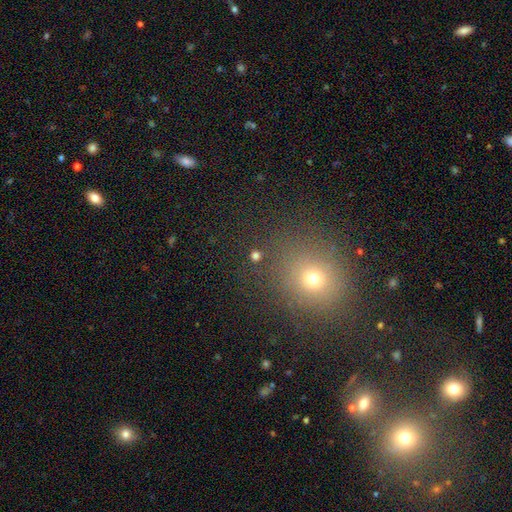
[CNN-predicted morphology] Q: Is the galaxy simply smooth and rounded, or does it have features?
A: smooth — 70%.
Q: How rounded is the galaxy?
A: round — 88%.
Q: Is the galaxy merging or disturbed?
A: none — 83%.